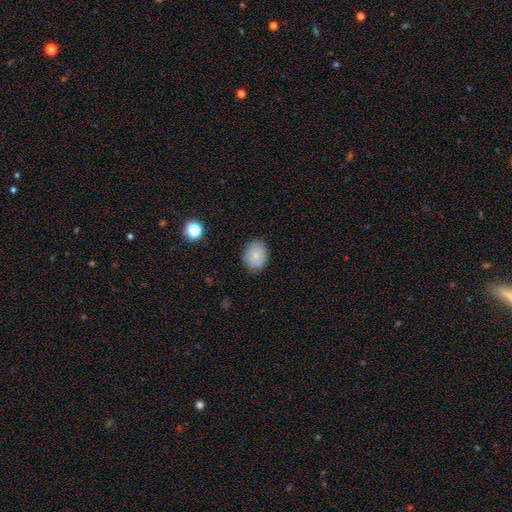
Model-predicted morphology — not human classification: A smooth galaxy with no disk features (78%) that is in between round and cigar-shaped (54%). Merging: none (84%).